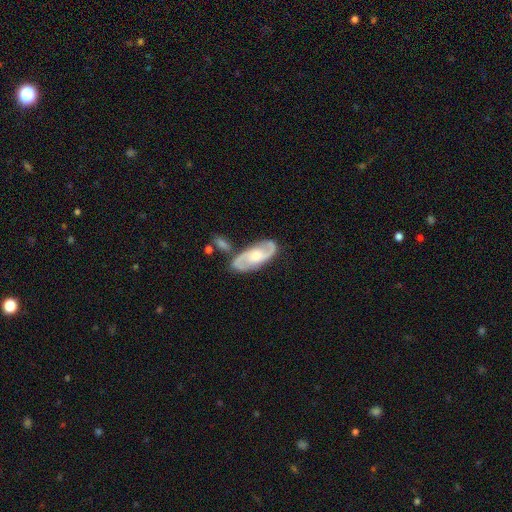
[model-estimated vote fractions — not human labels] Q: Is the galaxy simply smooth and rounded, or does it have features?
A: featured or disk — 82%.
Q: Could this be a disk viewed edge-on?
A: no — 94%.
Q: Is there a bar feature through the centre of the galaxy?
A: no — 55%.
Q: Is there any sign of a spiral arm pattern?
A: yes — 95%.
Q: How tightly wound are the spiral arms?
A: medium — 54%.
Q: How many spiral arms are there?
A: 2 — 91%.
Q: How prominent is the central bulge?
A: moderate — 56%.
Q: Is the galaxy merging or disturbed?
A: none — 74%.